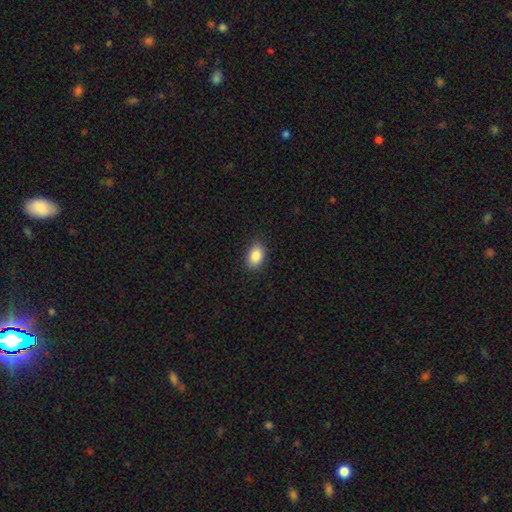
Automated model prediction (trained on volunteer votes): smooth_or_featured: smooth (p=0.88) [alt: star or artifact p=0.08]
how_rounded: in between (p=0.83) [alt: round p=0.16]
merging: none (p=0.87) [alt: minor disturbance p=0.10]